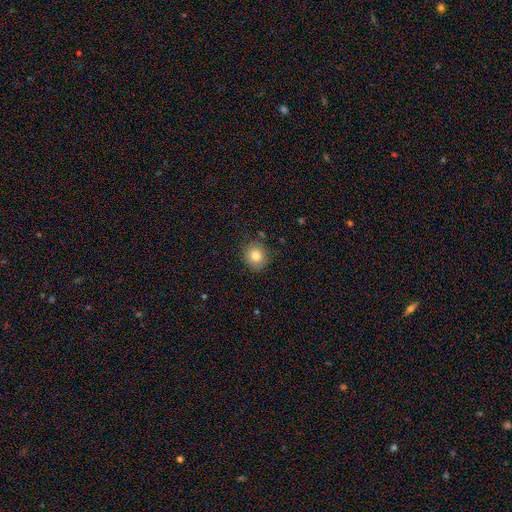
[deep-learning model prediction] A smooth galaxy with no disk features (81%) that is round (84%).

Vote fractions:
- Smooth or featured? smooth: 81% / star or artifact: 10% / featured or disk: 9%
- How rounded? round: 84% / in between: 15% / cigar-shaped: 1%
- Merging? none: 86% / minor disturbance: 10% / major disturbance: 3% / merger: 2%